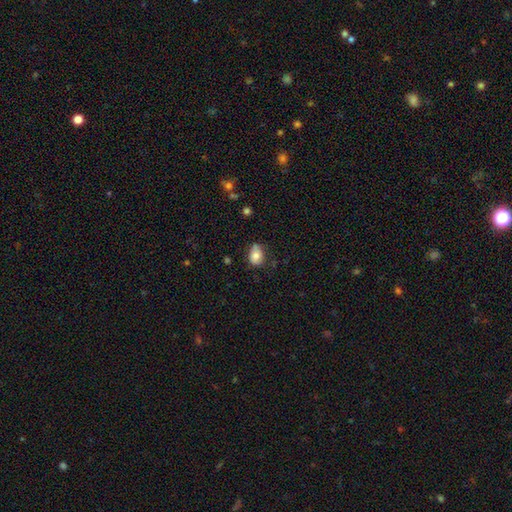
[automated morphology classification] smooth_or_featured: smooth (p=0.78) [alt: featured or disk p=0.13]
how_rounded: in between (p=0.67) [alt: round p=0.32]
merging: none (p=0.63) [alt: minor disturbance p=0.28]